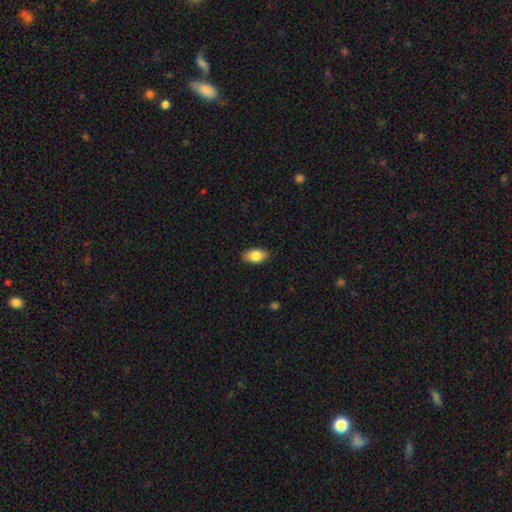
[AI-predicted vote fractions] This is clearly a smooth galaxy (84%). How rounded: clearly in between (92%). Merging: clearly none (88%).